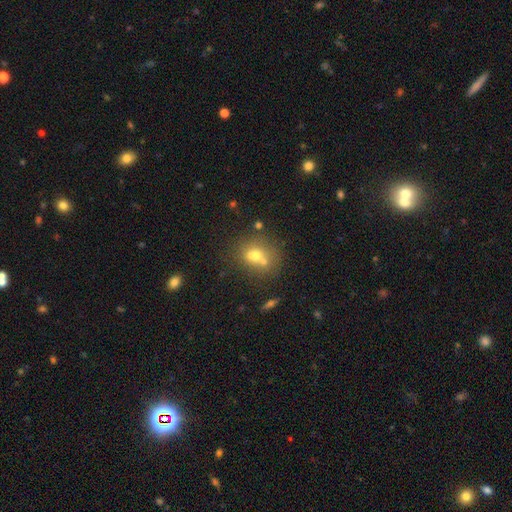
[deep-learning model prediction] Overall: smooth (62%; featured or disk 23%). How rounded: round (65%; in between 34%). Merging: merger (44%; none 40%).